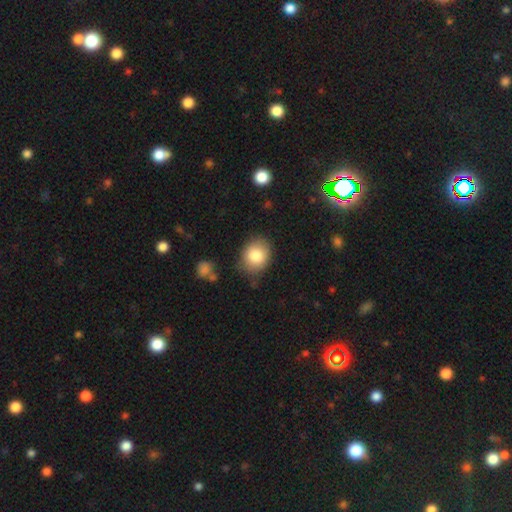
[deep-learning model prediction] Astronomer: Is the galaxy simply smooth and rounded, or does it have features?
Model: smooth — 82%.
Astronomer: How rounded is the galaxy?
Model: round — 55% (runner-up: in between, 44%).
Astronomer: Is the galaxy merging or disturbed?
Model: none — 80%.